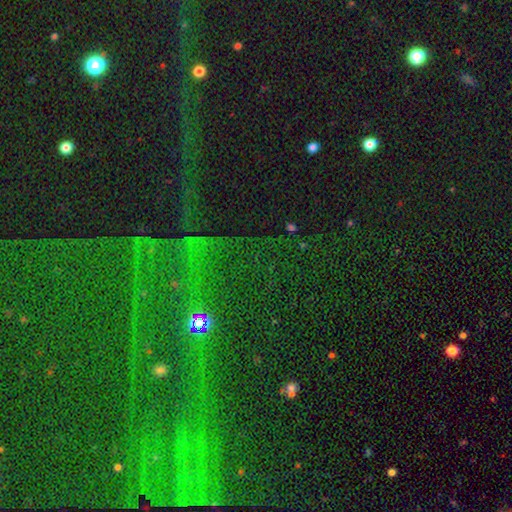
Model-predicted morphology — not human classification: type=star or artifact (80%).